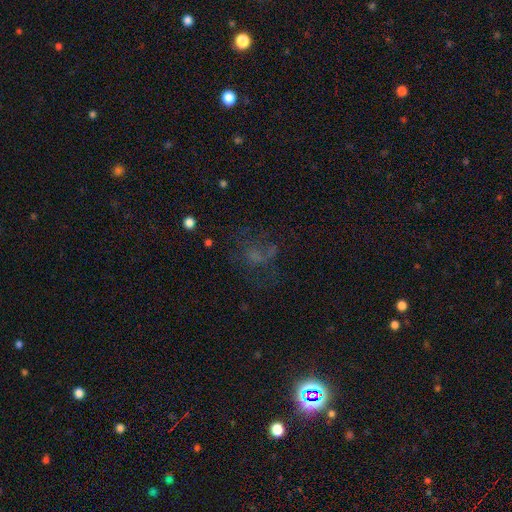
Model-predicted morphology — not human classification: smooth_or_featured: featured or disk (p=0.37) [alt: smooth p=0.35]
merging: none (p=0.45) [alt: major disturbance p=0.34]